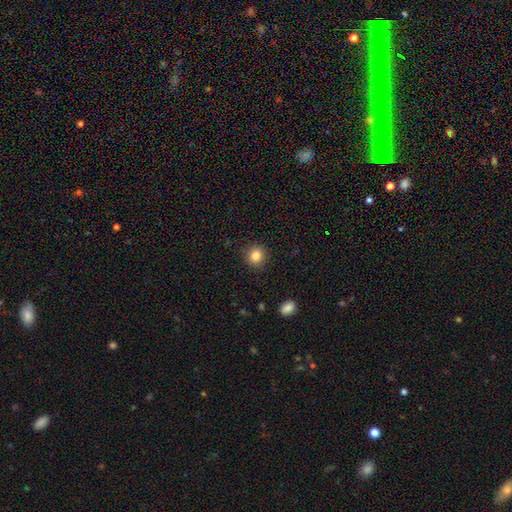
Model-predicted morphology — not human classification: The model was most divided on "smooth or featured": smooth: 84%, star or artifact: 11%, featured or disk: 5%. More confident: merging — none (91%); how rounded — round (90%).